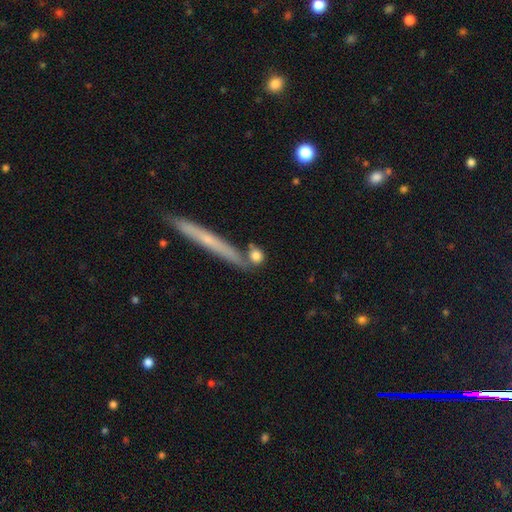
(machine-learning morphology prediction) Smooth or featured: smooth — 78% (featured or disk — 14%)
How rounded: round — 67% (in between — 17%)
Merging: none — 65% (merger — 17%)